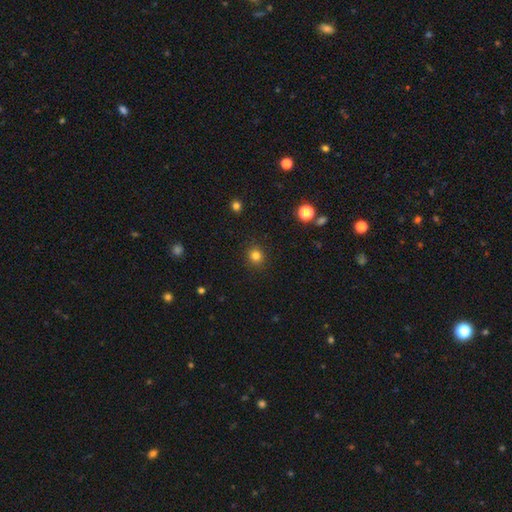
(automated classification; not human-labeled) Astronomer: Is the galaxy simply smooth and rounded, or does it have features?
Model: smooth — 81%.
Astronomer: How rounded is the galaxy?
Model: round — 89%.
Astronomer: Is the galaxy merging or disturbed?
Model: none — 91%.